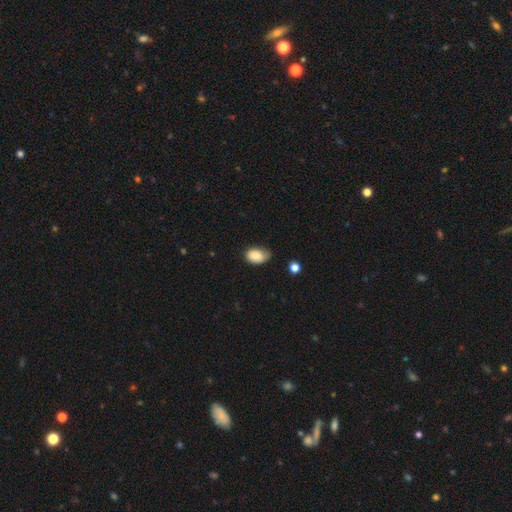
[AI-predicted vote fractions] This appears to be a smooth galaxy with no disk features (85%) that is in between round and cigar-shaped (86%). Merging: none (54%).